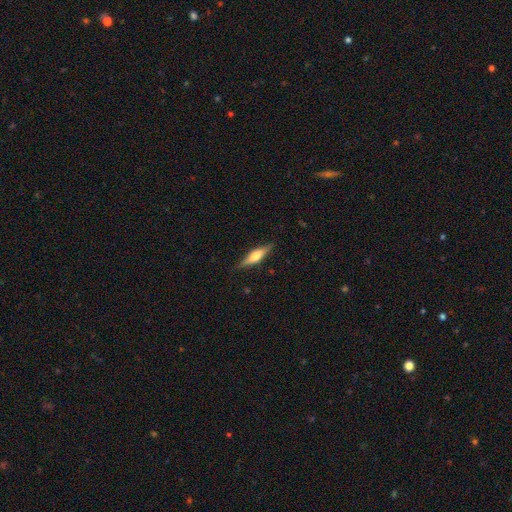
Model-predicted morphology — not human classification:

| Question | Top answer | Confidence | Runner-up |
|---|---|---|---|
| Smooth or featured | featured or disk | 52% | smooth (42%) |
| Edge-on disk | yes | 94% | no (6%) |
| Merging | none | 85% | minor disturbance (11%) |